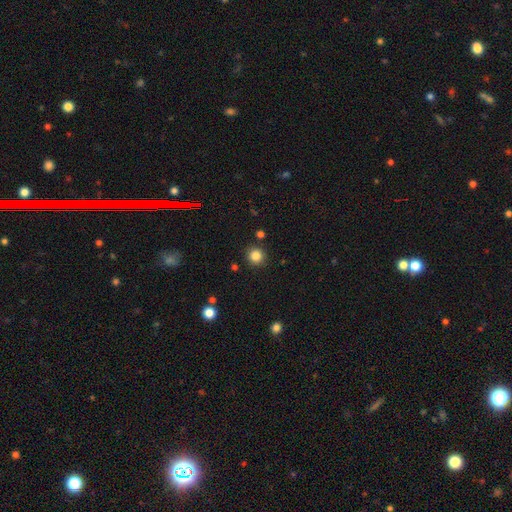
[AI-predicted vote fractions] Smooth or featured? smooth (83%)
How rounded? round (94%)
Merging? none (90%)